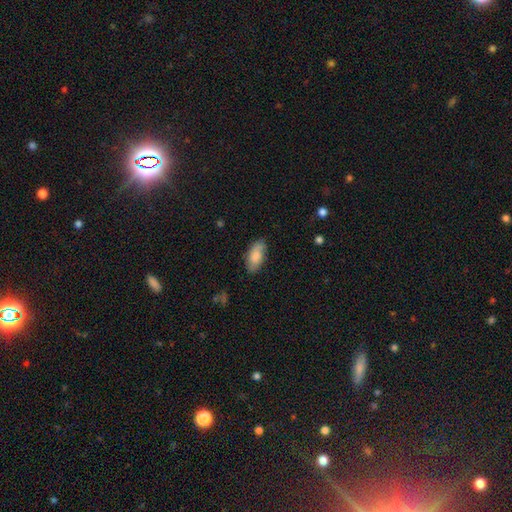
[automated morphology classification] Overall: smooth (77%). How rounded: in between (90%). Merging: none (76%).